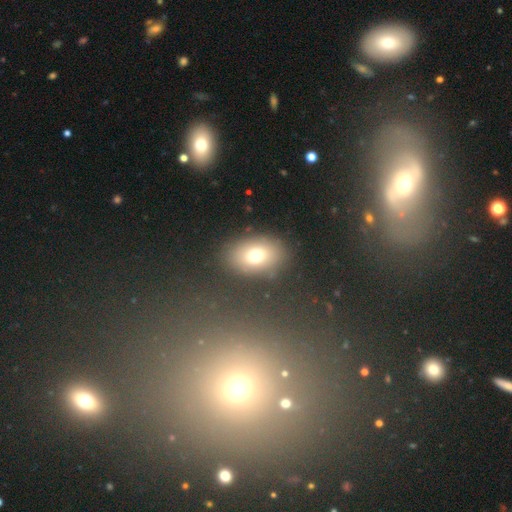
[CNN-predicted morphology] This is likely a smooth galaxy (71%). How rounded: likely in between (73%). Merging: clearly none (80%).